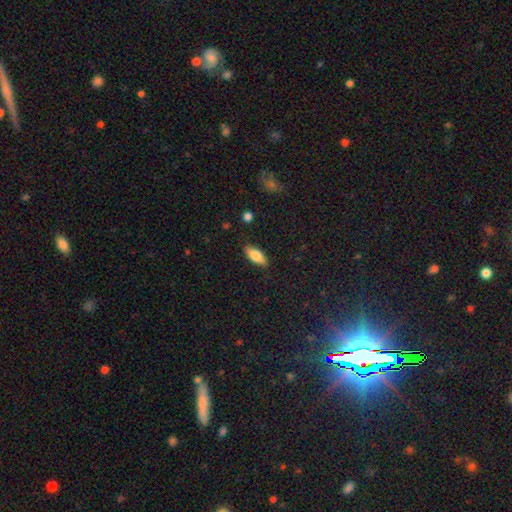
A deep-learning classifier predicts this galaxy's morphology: The model was most divided on "how rounded": in between: 82%, cigar-shaped: 16%, round: 2%. More confident: merging — none (85%); smooth or featured — smooth (81%).